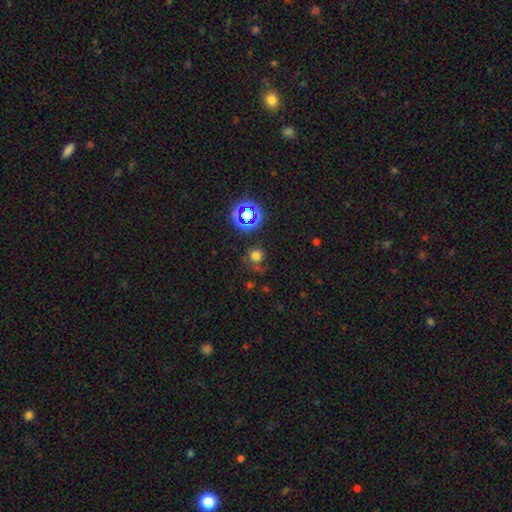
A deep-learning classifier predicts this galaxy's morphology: smooth-or-featured: smooth: 63% | star or artifact: 27% | featured or disk: 10%
  how-rounded: round: 90% | in between: 9% | cigar-shaped: 1%
  merging: none: 68% | minor disturbance: 17% | major disturbance: 11% | merger: 4%